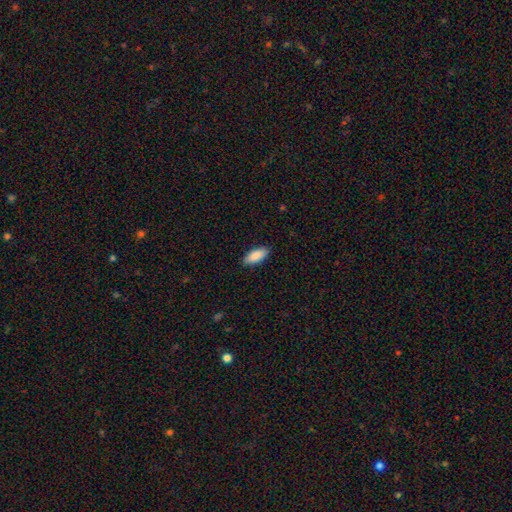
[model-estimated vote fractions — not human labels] The model was most divided on "how rounded": in between: 82%, cigar-shaped: 16%, round: 2%. More confident: smooth or featured — smooth (88%); merging — none (88%).